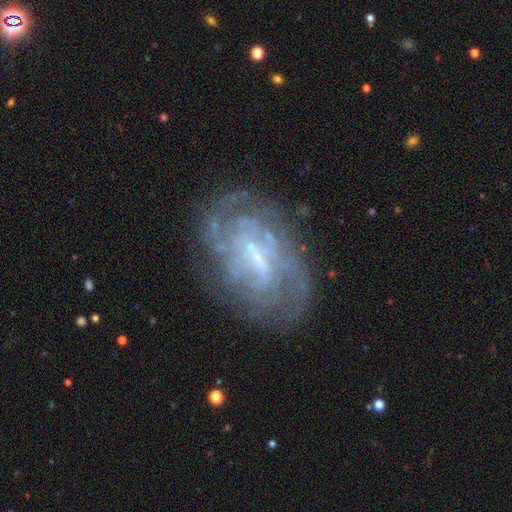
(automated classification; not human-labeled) A featured or disk galaxy (80%) with a weak bar (48%), tight (60%) spiral arms (79%) and a small central bulge (52%).

Vote fractions:
- Smooth or featured? featured or disk: 80% / smooth: 12% / star or artifact: 8%
- Edge-on disk? no: 95% / yes: 5%
- Bar? weak: 48% / strong: 31% / no: 20%
- Spiral arms? yes: 79% / no: 21%
- Spiral winding? tight: 60% / medium: 30% / loose: 11%
- Spiral arm count? can't tell: 55% / 2: 15% / 3: 10% / 4: 9% / more than 4: 6% / 1: 5%
- Bulge size? small: 52% / none: 25% / moderate: 21% / large: 2% / dominant: 1%
- Merging? none: 67% / minor disturbance: 19% / major disturbance: 12% / merger: 2%